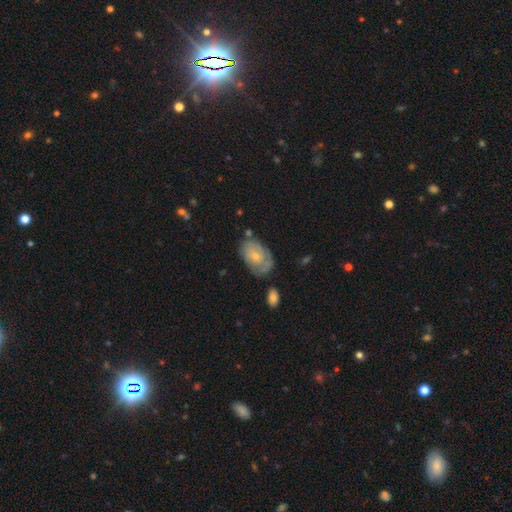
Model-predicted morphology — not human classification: type=smooth (49%); merging=none (59%).